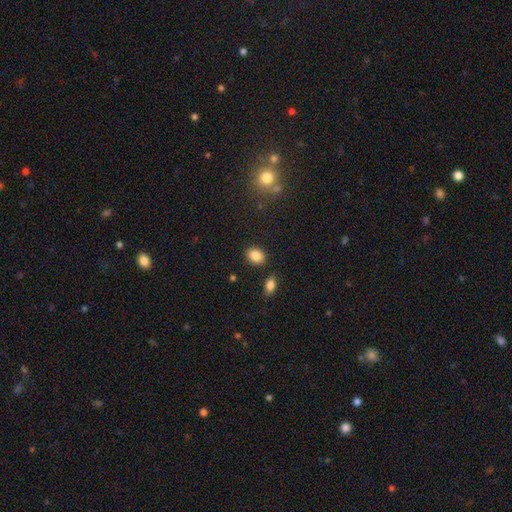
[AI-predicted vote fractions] smooth_or_featured: smooth (p=0.86) [alt: star or artifact p=0.09]
how_rounded: in between (p=0.63) [alt: round p=0.36]
merging: none (p=0.85) [alt: minor disturbance p=0.09]